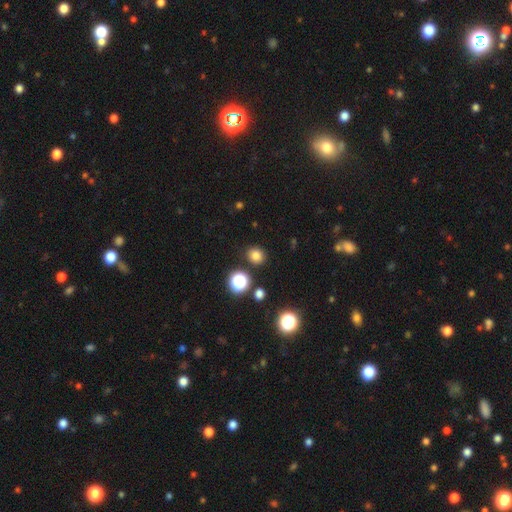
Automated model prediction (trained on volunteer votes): smooth-or-featured: smooth: 79% | star or artifact: 16% | featured or disk: 5%
  how-rounded: round: 76% | in between: 23% | cigar-shaped: 1%
  merging: none: 87% | minor disturbance: 7% | merger: 3% | major disturbance: 3%